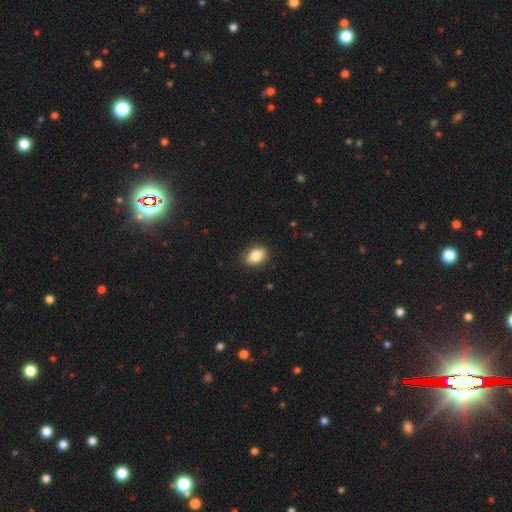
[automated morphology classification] A smooth galaxy with no disk features (83%) that is in between round and cigar-shaped (81%).

Vote fractions:
- Smooth or featured? smooth: 83% / featured or disk: 9% / star or artifact: 8%
- How rounded? in between: 81% / round: 17% / cigar-shaped: 2%
- Merging? none: 87% / minor disturbance: 10% / major disturbance: 2% / merger: 1%